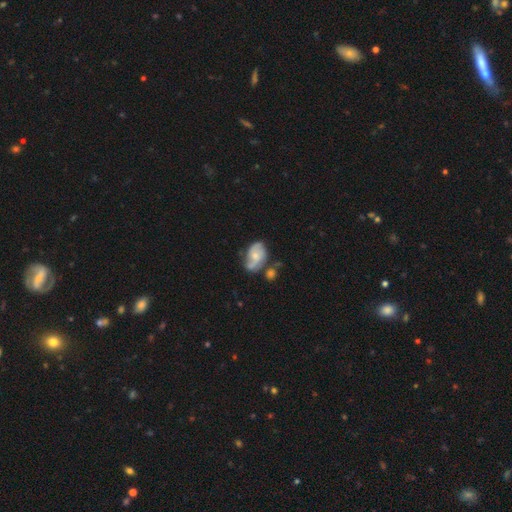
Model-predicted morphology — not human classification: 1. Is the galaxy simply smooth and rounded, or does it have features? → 63% featured or disk, 30% smooth, 7% star or artifact.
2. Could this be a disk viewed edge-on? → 97% no, 3% yes.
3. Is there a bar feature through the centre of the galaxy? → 65% no, 29% weak, 5% strong.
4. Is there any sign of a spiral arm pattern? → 86% yes, 14% no.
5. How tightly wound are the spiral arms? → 44% medium, 33% loose, 23% tight.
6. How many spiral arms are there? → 73% 2, 13% can't tell, 6% 3, 5% 1, 2% 4, 1% more than 4.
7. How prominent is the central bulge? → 49% small, 41% moderate, 6% none, 3% large, 1% dominant.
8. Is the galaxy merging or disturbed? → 47% none, 26% minor disturbance, 16% merger, 11% major disturbance.